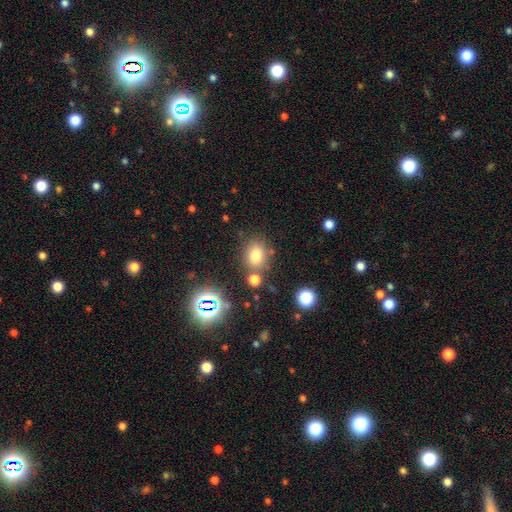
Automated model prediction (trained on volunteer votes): Smooth or featured?
  - smooth: 73% *
  - star or artifact: 18%
  - featured or disk: 9%
How rounded?
  - in between: 53% *
  - round: 46%
  - cigar-shaped: 1%
Merging?
  - none: 71% *
  - merger: 12%
  - minor disturbance: 12%
  - major disturbance: 5%